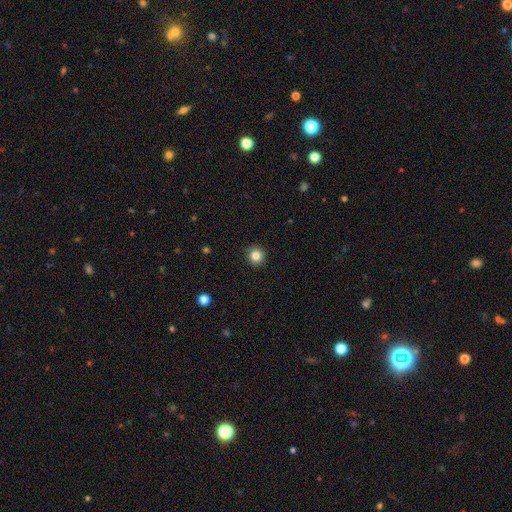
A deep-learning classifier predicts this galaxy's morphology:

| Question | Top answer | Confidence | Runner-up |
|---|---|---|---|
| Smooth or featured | smooth | 84% | star or artifact (11%) |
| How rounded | round | 94% | in between (5%) |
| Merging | none | 90% | minor disturbance (7%) |